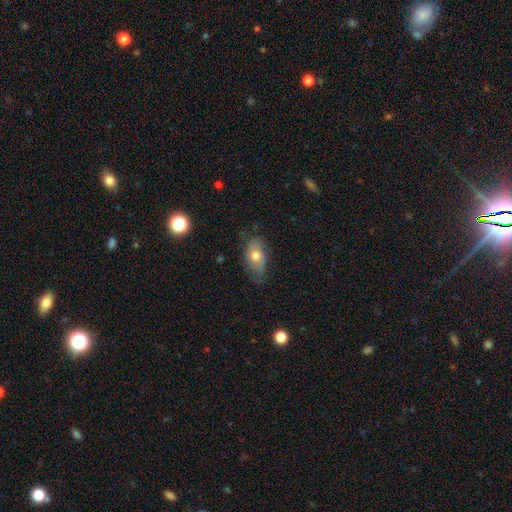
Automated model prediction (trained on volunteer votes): This is likely a smooth galaxy (63%). How rounded: clearly in between (88%). Merging: likely none (64%).